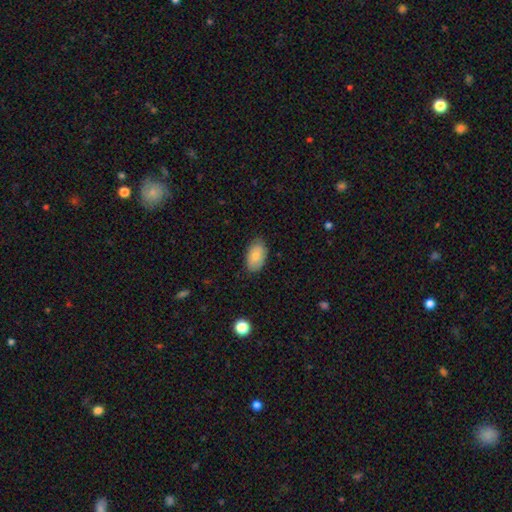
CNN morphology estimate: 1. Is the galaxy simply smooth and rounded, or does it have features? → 79% smooth, 14% featured or disk, 7% star or artifact.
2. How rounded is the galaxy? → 92% in between, 7% round, 1% cigar-shaped.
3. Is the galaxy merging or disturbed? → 81% none, 15% minor disturbance, 3% major disturbance, 1% merger.